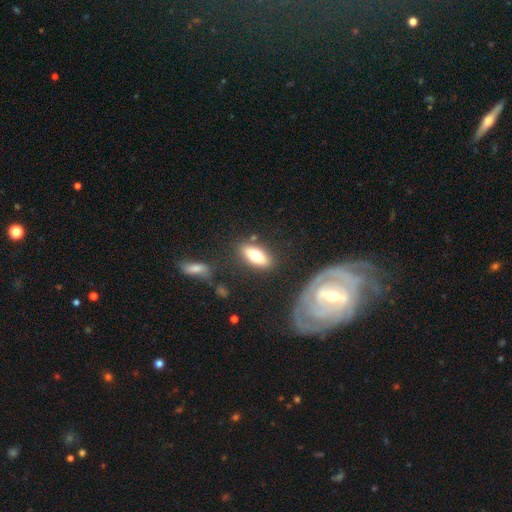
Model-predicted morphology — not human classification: Smooth or featured?
  - smooth: 71% *
  - featured or disk: 22%
  - star or artifact: 7%
How rounded?
  - in between: 77% *
  - cigar-shaped: 19%
  - round: 3%
Merging?
  - none: 79% *
  - minor disturbance: 13%
  - merger: 5%
  - major disturbance: 4%